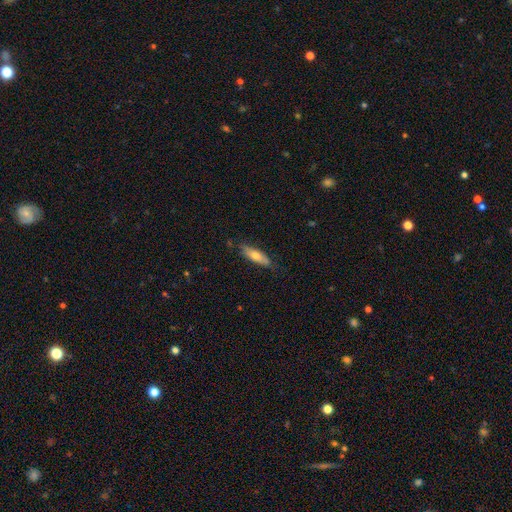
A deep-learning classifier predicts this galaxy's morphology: Smooth or featured? Predicted: smooth (p=0.62). How rounded? Predicted: cigar-shaped (p=0.53). Merging? Predicted: none (p=0.77).